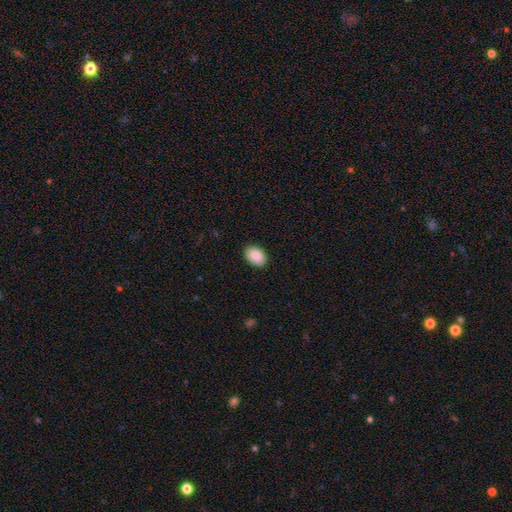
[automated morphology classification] smooth-or-featured: smooth: 90% | star or artifact: 7% | featured or disk: 3%
  how-rounded: in between: 86% | round: 13% | cigar-shaped: 1%
  merging: none: 89% | minor disturbance: 8% | major disturbance: 2% | merger: 1%